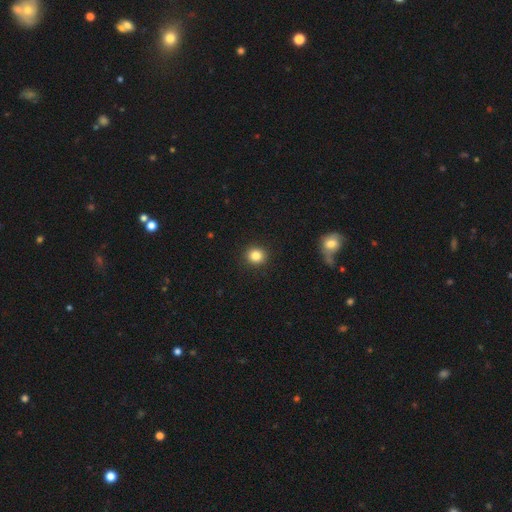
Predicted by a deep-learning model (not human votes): Q: Smooth or featured?
A: smooth (84%); runner-up: star or artifact (11%)
Q: How rounded?
A: round (88%); runner-up: in between (11%)
Q: Merging?
A: none (92%); runner-up: minor disturbance (5%)